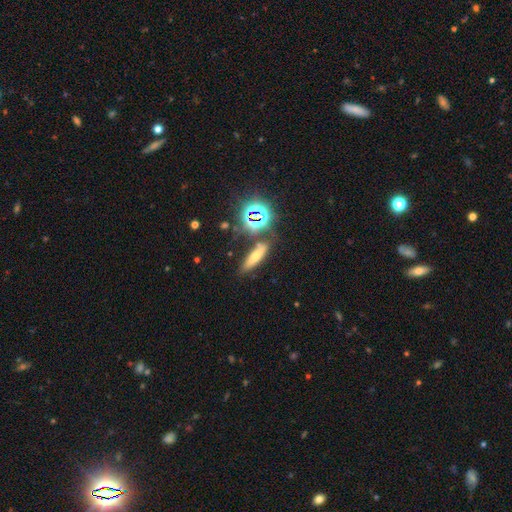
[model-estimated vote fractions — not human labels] smooth_or_featured: smooth (p=0.52) [alt: star or artifact p=0.27]
how_rounded: cigar-shaped (p=0.52) [alt: in between p=0.39]
merging: none (p=0.71) [alt: minor disturbance p=0.14]